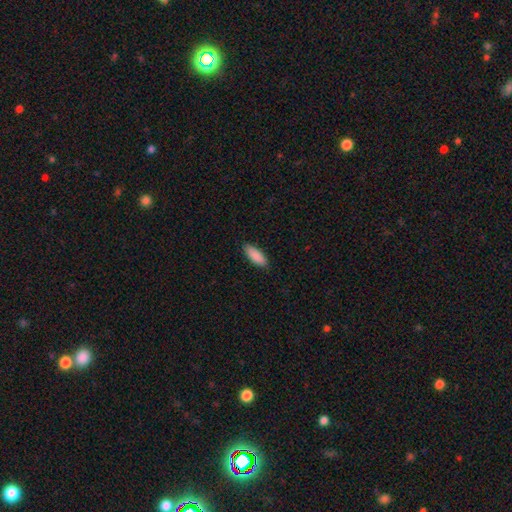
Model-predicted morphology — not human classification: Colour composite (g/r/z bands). It shows a smooth galaxy with no disk features (90%) that is in between round and cigar-shaped (69%). Merging: none (88%).